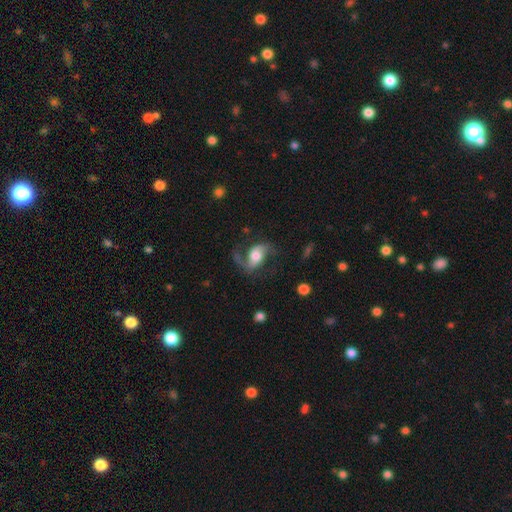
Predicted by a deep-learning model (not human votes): smooth-or-featured: featured or disk: 77% | smooth: 16% | star or artifact: 7%
  disk-edge-on: no: 97% | yes: 3%
    bar: no: 45% | weak: 36% | strong: 19%
    has-spiral-arms: yes: 94% | no: 6%
      spiral-winding: loose: 62% | medium: 31% | tight: 6%
      spiral-arm-count: 2: 81% | 1: 14% | can't tell: 2% | 3: 1% | 4: 1% | more than 4: 1%
    bulge-size: moderate: 54% | large: 28% | small: 12% | dominant: 4% | none: 3%
  merging: none: 61% | major disturbance: 20% | minor disturbance: 17% | merger: 2%